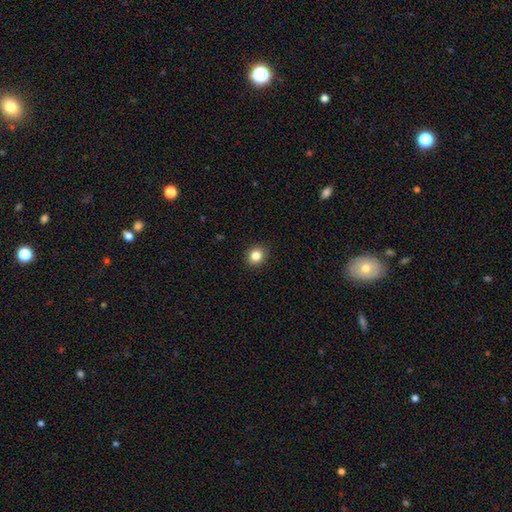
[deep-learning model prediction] smooth-or-featured: smooth: 84% | star or artifact: 11% | featured or disk: 5%
  how-rounded: round: 79% | in between: 20% | cigar-shaped: 1%
  merging: none: 92% | minor disturbance: 6% | major disturbance: 2% | merger: 1%